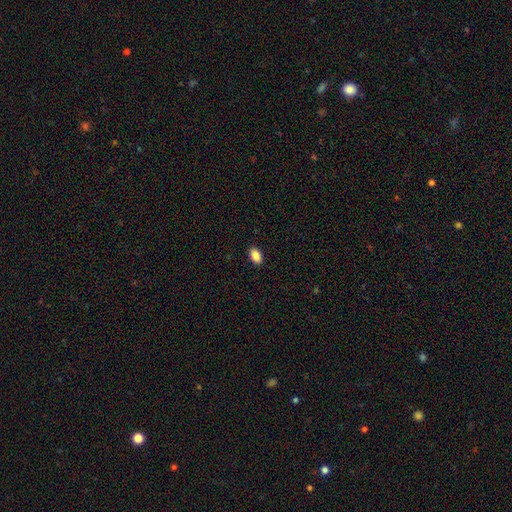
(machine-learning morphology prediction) Overall: smooth (88%). How rounded: in between (90%). Merging: none (90%).